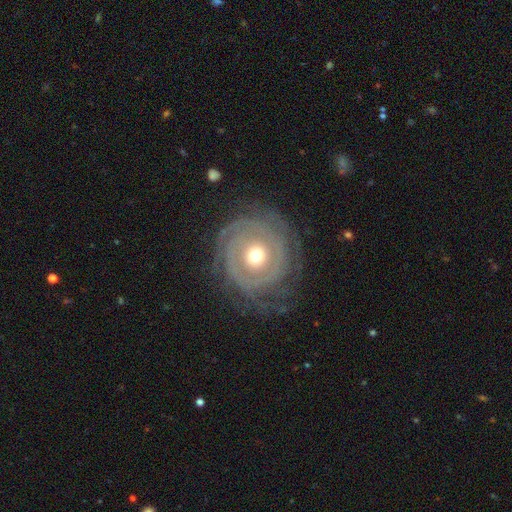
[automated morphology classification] smooth_or_featured: featured or disk (p=0.78) [alt: smooth p=0.16]
disk_edge_on: no (p=0.97) [alt: yes p=0.03]
bar: no (p=0.84) [alt: weak p=0.12]
has_spiral_arms: yes (p=0.78) [alt: no p=0.22]
spiral_winding: tight (p=0.76) [alt: medium p=0.16]
spiral_arm_count: can't tell (p=0.42) [alt: 2 p=0.19]
bulge_size: moderate (p=0.60) [alt: small p=0.31]
merging: none (p=0.70) [alt: minor disturbance p=0.16]